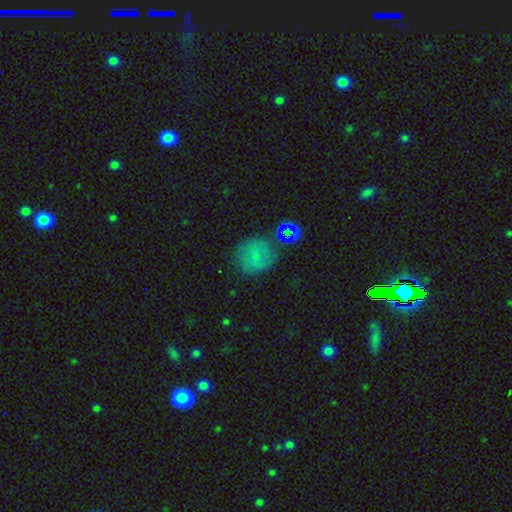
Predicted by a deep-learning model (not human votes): A smooth galaxy with no disk features (73%) that is round (82%).

Vote fractions:
- Smooth or featured? smooth: 73% / star or artifact: 17% / featured or disk: 10%
- How rounded? round: 82% / in between: 17% / cigar-shaped: 1%
- Merging? none: 64% / minor disturbance: 19% / merger: 9% / major disturbance: 8%